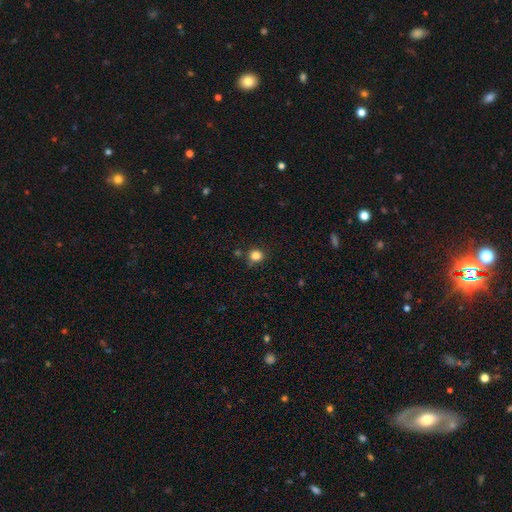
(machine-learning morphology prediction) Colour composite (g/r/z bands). It shows a smooth galaxy with no disk features (83%) that is round (88%). Merging: none (82%).